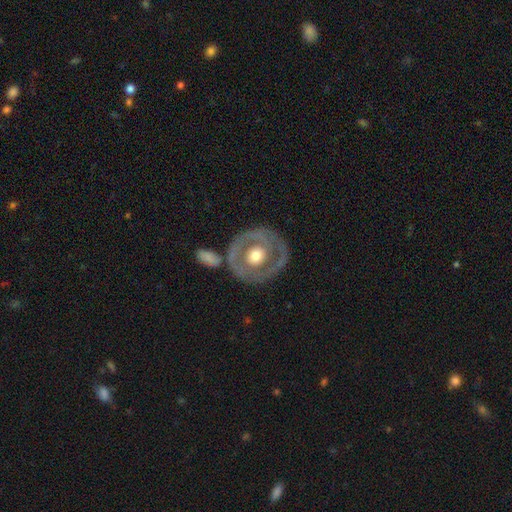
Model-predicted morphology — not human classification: Smooth or featured?
  - featured or disk: 63% *
  - smooth: 33%
  - star or artifact: 5%
Edge-on disk?
  - no: 95% *
  - yes: 5%
Bar?
  - no: 87% *
  - weak: 9%
  - strong: 4%
Spiral arms?
  - no: 79% *
  - yes: 21%
Bulge size?
  - moderate: 63% *
  - large: 27%
  - small: 6%
  - dominant: 2%
  - none: 1%
Merging?
  - none: 74% *
  - minor disturbance: 13%
  - major disturbance: 7%
  - merger: 6%